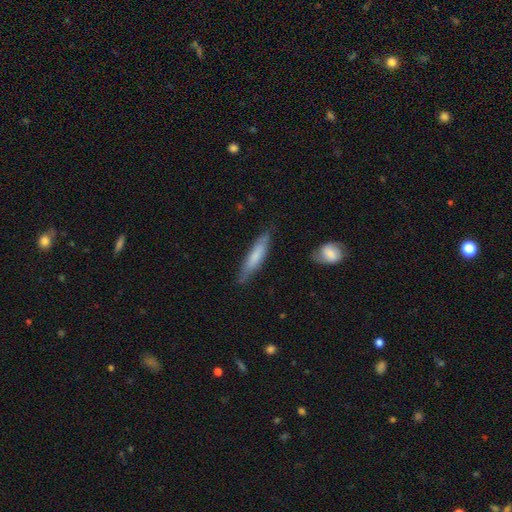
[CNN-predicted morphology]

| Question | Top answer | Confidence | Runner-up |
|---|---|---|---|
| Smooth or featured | smooth | 68% | featured or disk (26%) |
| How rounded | cigar-shaped | 84% | in between (15%) |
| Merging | none | 78% | minor disturbance (17%) |